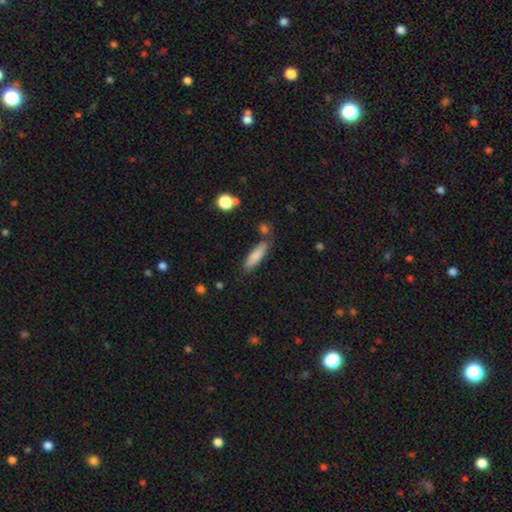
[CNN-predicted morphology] smooth-or-featured: smooth: 82% | featured or disk: 12% | star or artifact: 7%
  how-rounded: cigar-shaped: 60% | in between: 38% | round: 2%
  merging: none: 74% | minor disturbance: 16% | merger: 7% | major disturbance: 4%